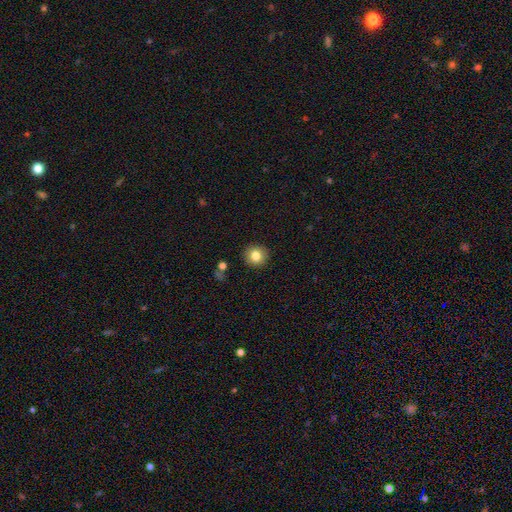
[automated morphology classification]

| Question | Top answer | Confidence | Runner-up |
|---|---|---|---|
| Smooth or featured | smooth | 82% | star or artifact (10%) |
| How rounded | round | 92% | in between (7%) |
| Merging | none | 91% | minor disturbance (6%) |